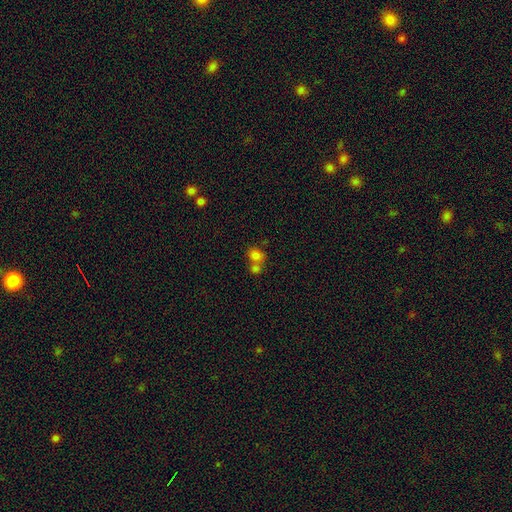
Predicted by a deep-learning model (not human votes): smooth-or-featured: smooth: 77% | star or artifact: 13% | featured or disk: 10%
  how-rounded: round: 59% | in between: 40% | cigar-shaped: 1%
  merging: merger: 51% | none: 38% | minor disturbance: 8% | major disturbance: 4%